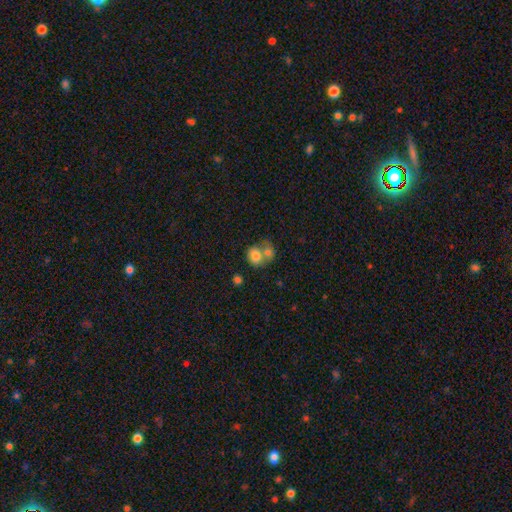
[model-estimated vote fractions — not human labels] smooth_or_featured: smooth (p=0.77) [alt: featured or disk p=0.14]
how_rounded: round (p=0.58) [alt: in between p=0.41]
merging: merger (p=0.61) [alt: none p=0.26]